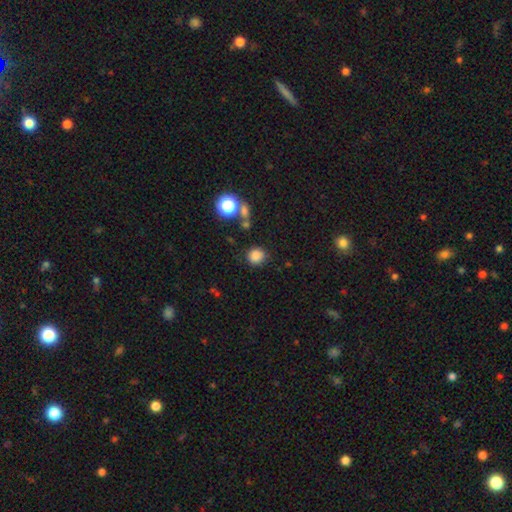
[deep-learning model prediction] A smooth galaxy with no disk features (83%) that is round (89%). Merging: none (80%).